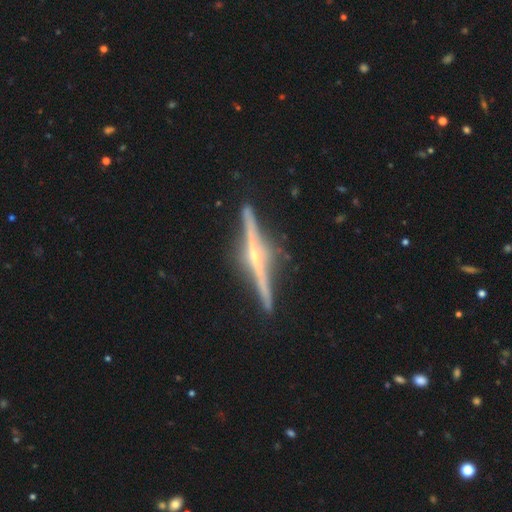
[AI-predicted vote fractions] Smooth or featured: featured or disk — 88% (smooth — 7%)
Edge-on disk: yes — 98% (no — 2%)
Edge-on bulge: rounded — 73% (none — 17%)
Merging: none — 88% (minor disturbance — 9%)